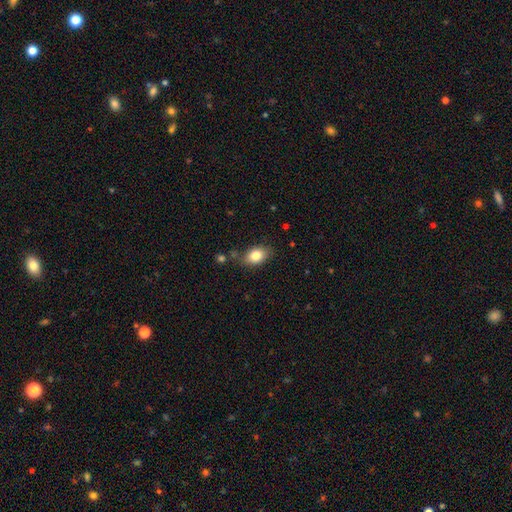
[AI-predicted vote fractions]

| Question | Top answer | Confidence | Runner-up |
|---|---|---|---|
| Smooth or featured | smooth | 83% | featured or disk (9%) |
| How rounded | in between | 82% | round (16%) |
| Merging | none | 79% | minor disturbance (14%) |